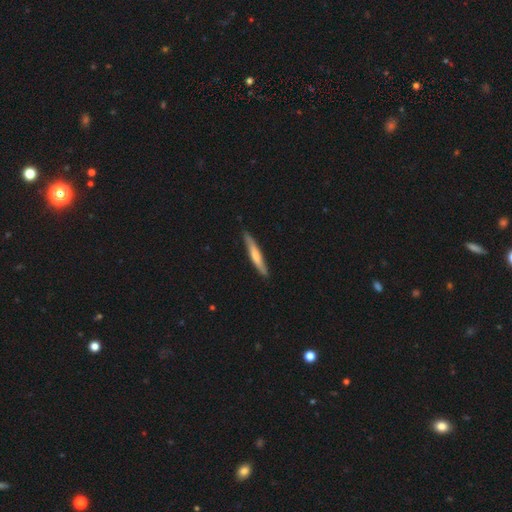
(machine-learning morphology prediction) This appears to be a smooth galaxy with no disk features (59%) that is cigar-shaped (94%). Merging: none (88%).